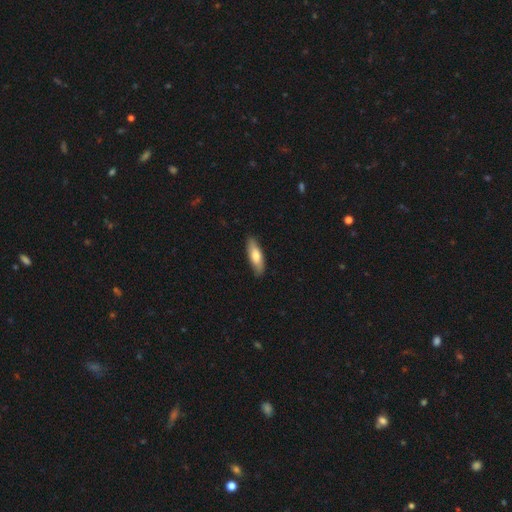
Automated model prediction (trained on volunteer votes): A smooth galaxy with no disk features (72%) that is in between round and cigar-shaped (50%). Merging: none (86%).